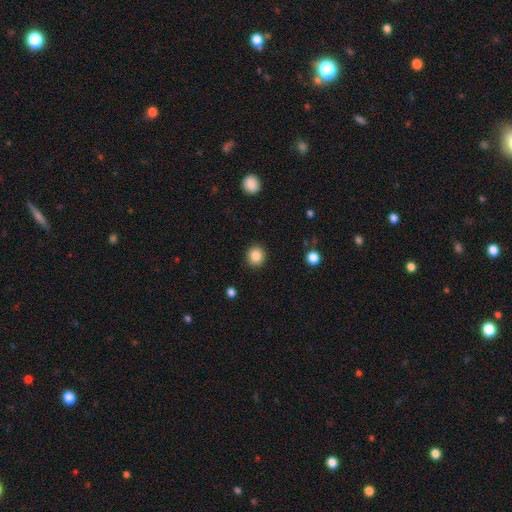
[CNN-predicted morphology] A smooth galaxy with no disk features (85%) that is round (89%).

Vote fractions:
- Smooth or featured? smooth: 85% / star or artifact: 10% / featured or disk: 5%
- How rounded? round: 89% / in between: 10% / cigar-shaped: 1%
- Merging? none: 92% / minor disturbance: 5% / major disturbance: 2% / merger: 1%